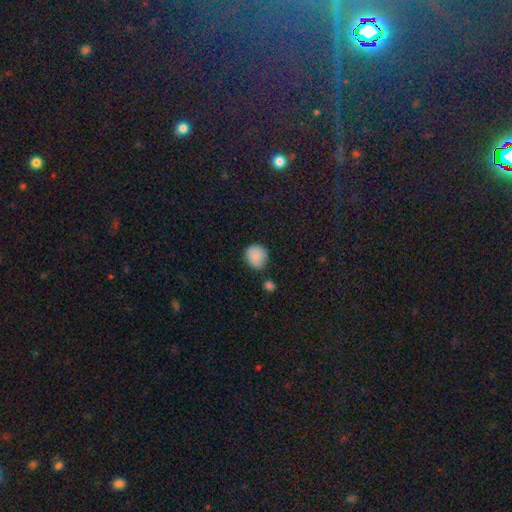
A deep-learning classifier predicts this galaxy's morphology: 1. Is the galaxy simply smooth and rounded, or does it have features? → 85% smooth, 8% star or artifact, 6% featured or disk.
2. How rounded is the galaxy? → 79% round, 20% in between, 1% cigar-shaped.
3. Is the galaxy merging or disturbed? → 67% none, 23% minor disturbance, 6% merger, 4% major disturbance.